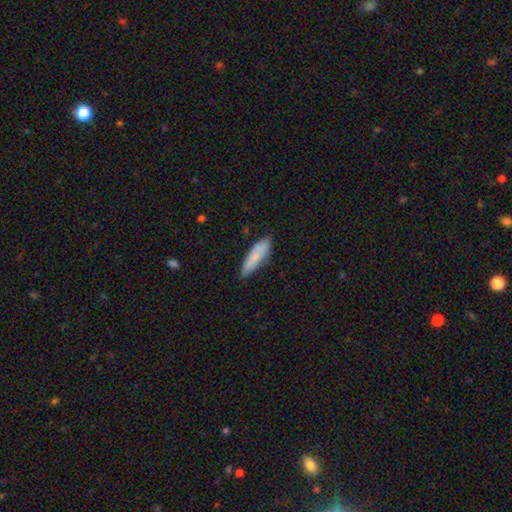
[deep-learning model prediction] This is likely a smooth galaxy (79%). How rounded: possibly cigar-shaped (53%). Merging: likely none (77%).